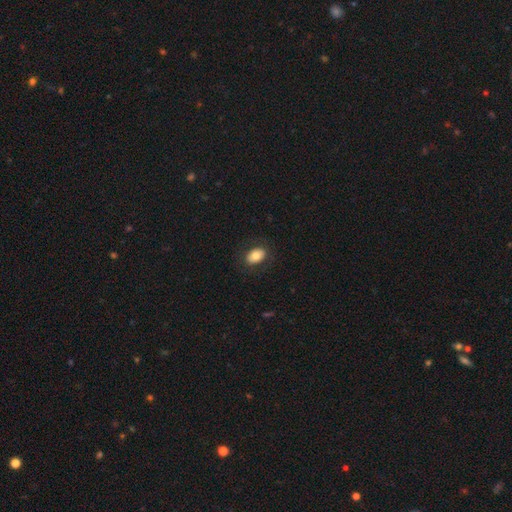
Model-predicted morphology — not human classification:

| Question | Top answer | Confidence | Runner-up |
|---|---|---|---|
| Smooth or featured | smooth | 79% | featured or disk (14%) |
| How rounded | in between | 81% | round (18%) |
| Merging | none | 85% | minor disturbance (10%) |